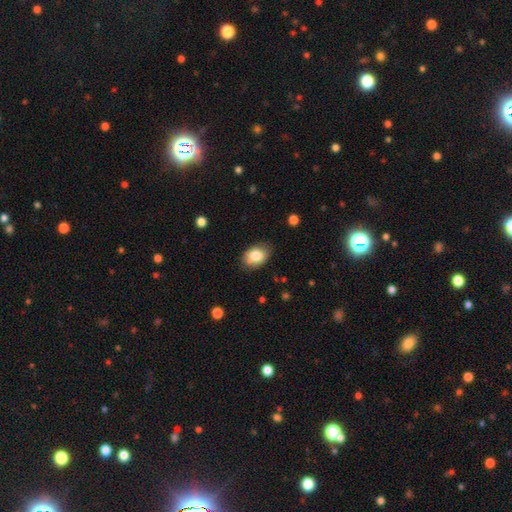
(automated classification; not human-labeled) Morphology: type=smooth (81%); roundness=in between (79%); merging=none (76%).